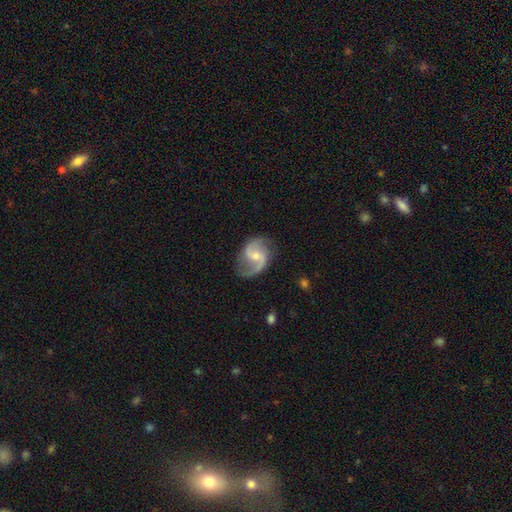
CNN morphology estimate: smooth-or-featured: featured or disk: 86% | smooth: 9% | star or artifact: 5%
  disk-edge-on: no: 98% | yes: 2%
    bar: weak: 50% | no: 37% | strong: 13%
    has-spiral-arms: yes: 97% | no: 3%
      spiral-winding: medium: 46% | loose: 44% | tight: 10%
      spiral-arm-count: 2: 89% | 1: 5% | can't tell: 3% | 3: 1% | 4: 1% | more than 4: 1%
    bulge-size: small: 50% | moderate: 43% | none: 4% | large: 2% | dominant: 1%
  merging: none: 74% | minor disturbance: 17% | major disturbance: 8% | merger: 1%